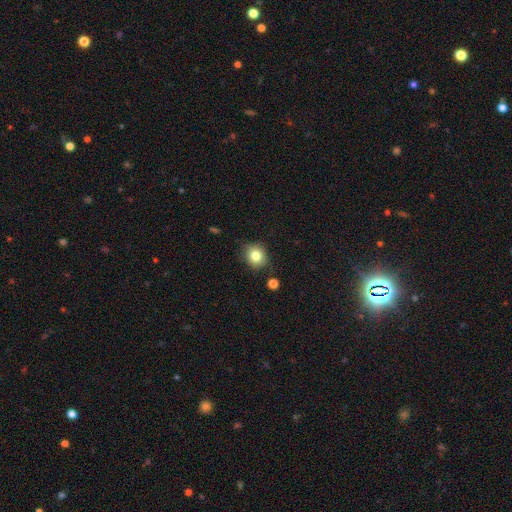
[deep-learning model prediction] Q: Smooth or featured?
A: smooth (81%); runner-up: star or artifact (10%)
Q: How rounded?
A: round (77%); runner-up: in between (22%)
Q: Merging?
A: none (82%); runner-up: minor disturbance (13%)